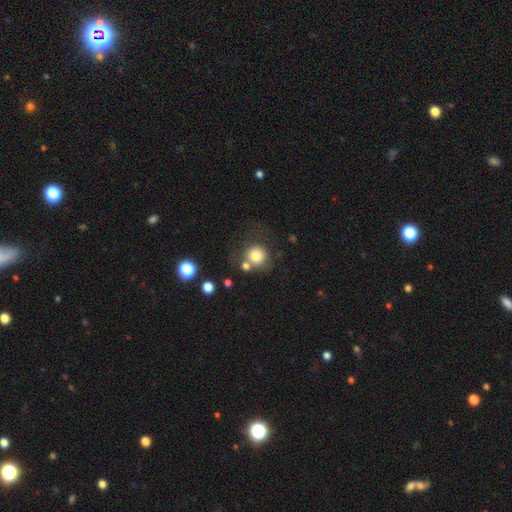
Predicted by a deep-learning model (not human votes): smooth 79%, featured or disk 11%, star or artifact 10%. Down the decision tree: how rounded — round (88%); merging — none (57%).